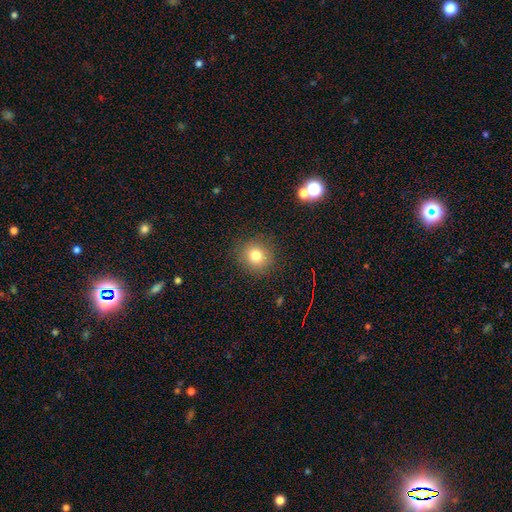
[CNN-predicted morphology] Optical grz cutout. It shows a smooth galaxy with no disk features (78%) that is round (90%). Merging: none (88%).